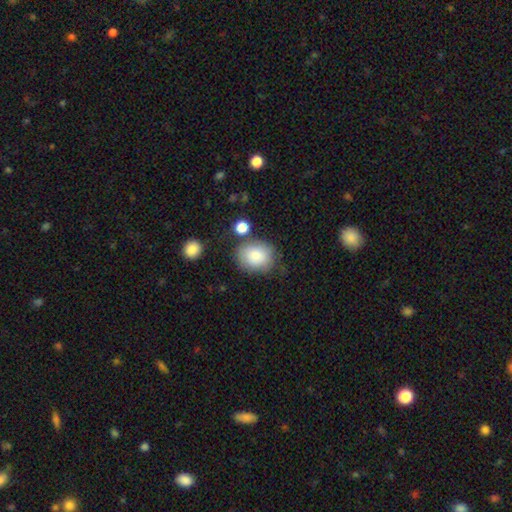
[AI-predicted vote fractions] This is clearly a smooth galaxy (83%). How rounded: possibly round (53%). Merging: likely none (68%).